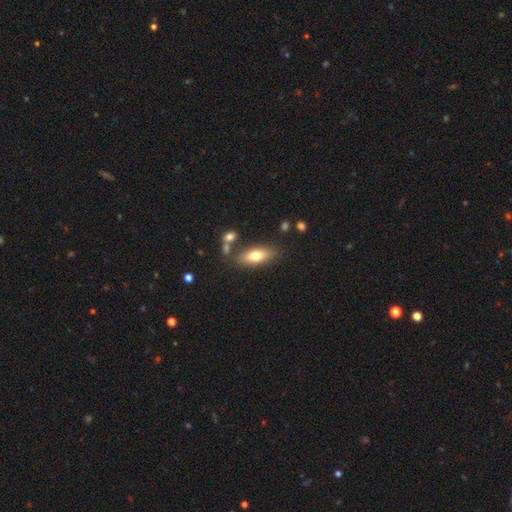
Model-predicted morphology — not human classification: Smooth or featured: smooth — 69% (featured or disk — 24%)
How rounded: in between — 73% (cigar-shaped — 23%)
Merging: none — 74% (minor disturbance — 13%)